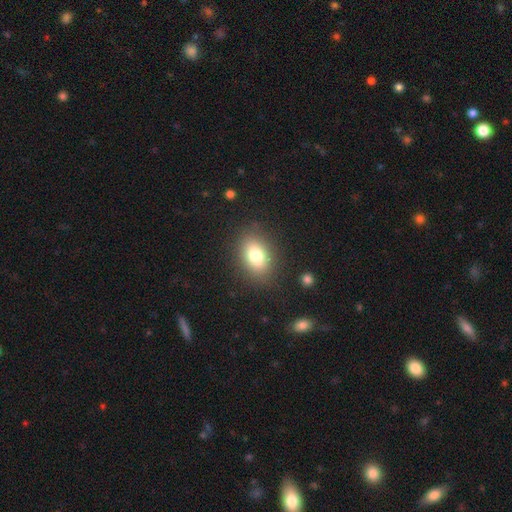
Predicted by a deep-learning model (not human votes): Smooth or featured: smooth — 78% (featured or disk — 12%)
How rounded: in between — 76% (round — 22%)
Merging: none — 84% (minor disturbance — 10%)